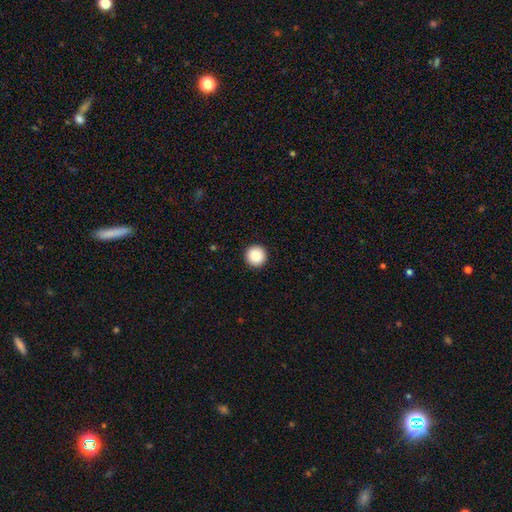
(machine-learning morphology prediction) Smooth or featured: smooth — 89% (star or artifact — 8%)
How rounded: round — 96% (in between — 3%)
Merging: none — 94% (minor disturbance — 4%)